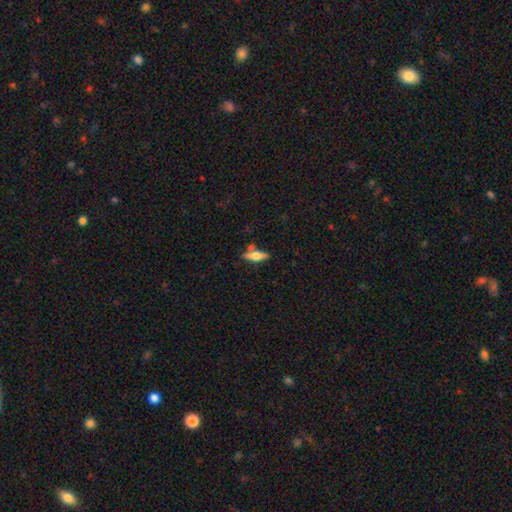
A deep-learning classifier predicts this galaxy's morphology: type=smooth (49%); merging=none (68%).